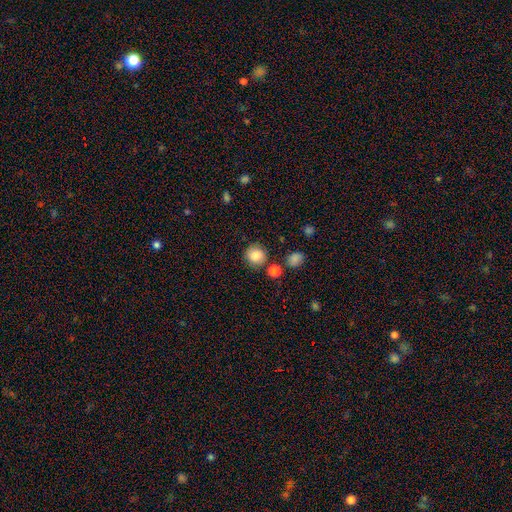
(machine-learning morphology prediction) This appears to be a smooth galaxy with no disk features (84%) that is round (90%). Merging: none (81%).